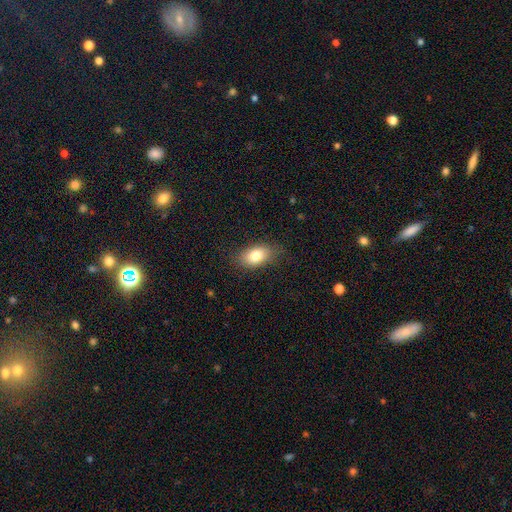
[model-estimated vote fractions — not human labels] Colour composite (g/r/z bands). It shows a smooth galaxy with no disk features (80%) that is in between round and cigar-shaped (88%). Merging: none (80%).